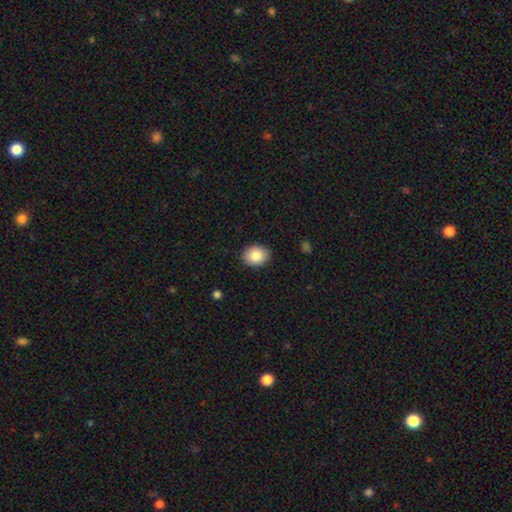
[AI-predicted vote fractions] Q: Smooth or featured?
A: smooth (87%); runner-up: star or artifact (7%)
Q: How rounded?
A: in between (55%); runner-up: round (44%)
Q: Merging?
A: none (88%); runner-up: minor disturbance (9%)